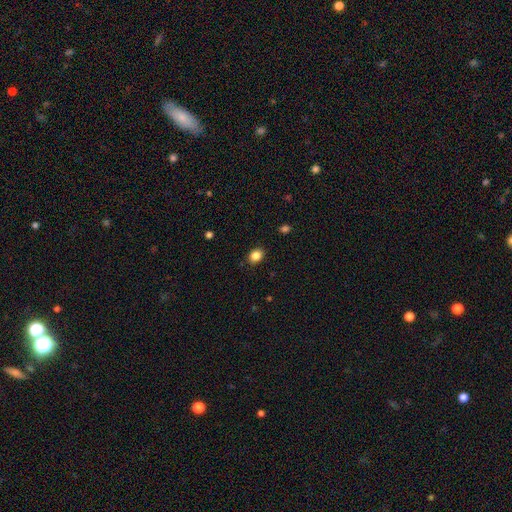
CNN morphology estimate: type=smooth (85%); roundness=in between (55%); merging=none (87%).